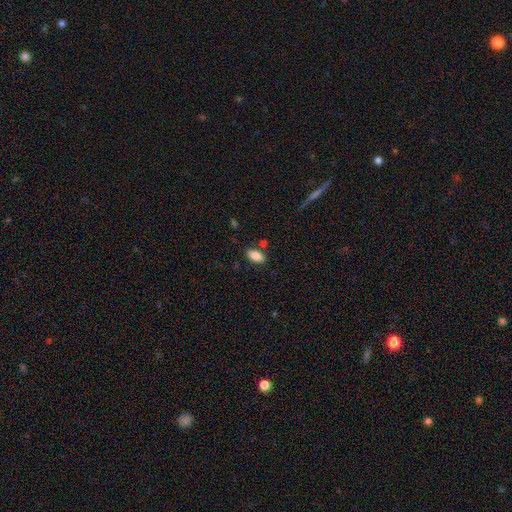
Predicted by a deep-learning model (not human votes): smooth_or_featured: smooth (p=0.86) [alt: star or artifact p=0.08]
how_rounded: in between (p=0.91) [alt: cigar-shaped p=0.06]
merging: none (p=0.81) [alt: minor disturbance p=0.11]